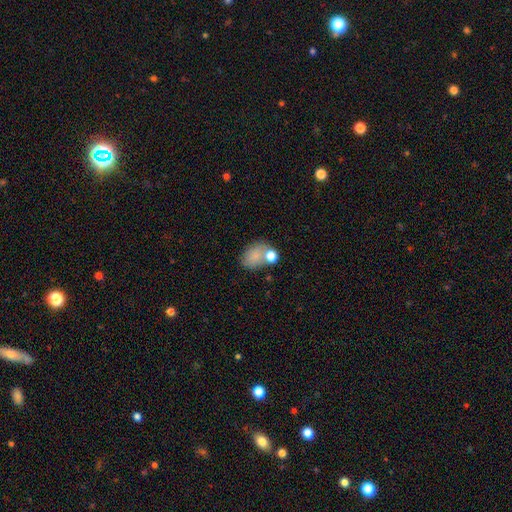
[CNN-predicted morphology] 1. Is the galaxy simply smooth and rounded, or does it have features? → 77% smooth, 13% featured or disk, 10% star or artifact.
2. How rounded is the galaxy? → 69% in between, 30% round, 1% cigar-shaped.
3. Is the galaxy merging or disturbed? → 47% none, 28% merger, 17% minor disturbance, 8% major disturbance.